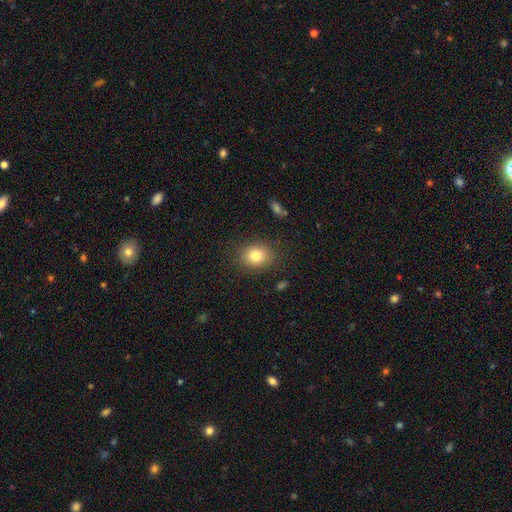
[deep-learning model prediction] A smooth galaxy with no disk features (80%) that is round (54%). Merging: none (85%).